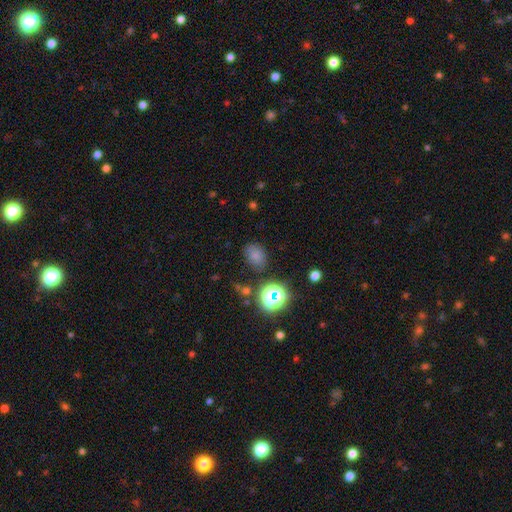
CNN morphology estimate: smooth-or-featured: smooth: 72% | star or artifact: 19% | featured or disk: 8%
  how-rounded: in between: 68% | round: 31% | cigar-shaped: 1%
  merging: none: 77% | minor disturbance: 15% | major disturbance: 5% | merger: 4%